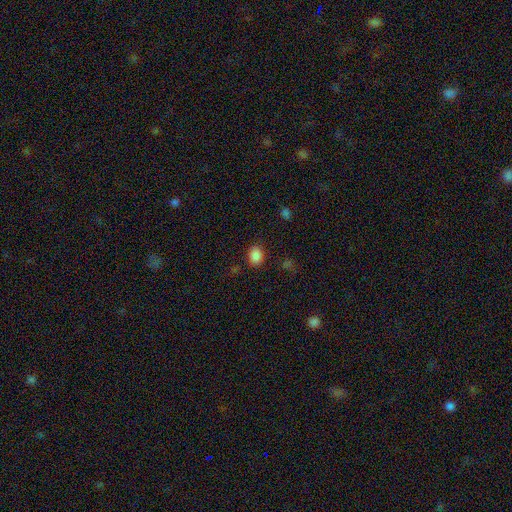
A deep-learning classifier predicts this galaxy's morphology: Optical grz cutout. It shows a smooth galaxy with no disk features (86%) that is in between round and cigar-shaped (62%). Merging: none (83%).